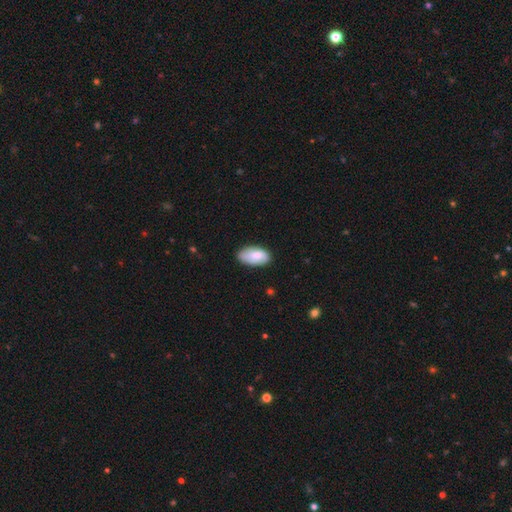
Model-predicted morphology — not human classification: type=smooth (83%); roundness=in between (95%); merging=none (72%).